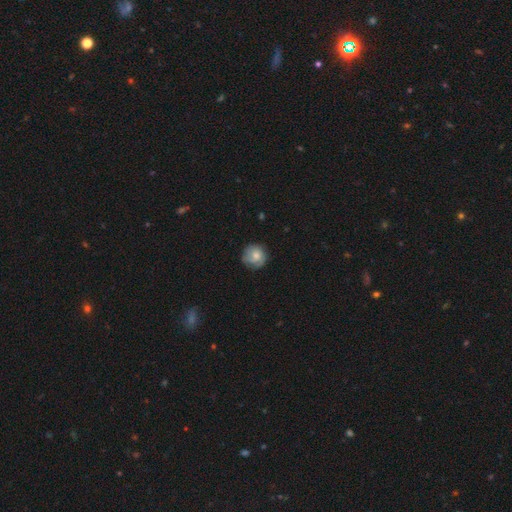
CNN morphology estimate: Smooth or featured? Predicted: smooth (p=0.64). How rounded? Predicted: round (p=0.91). Merging? Predicted: none (p=0.74).